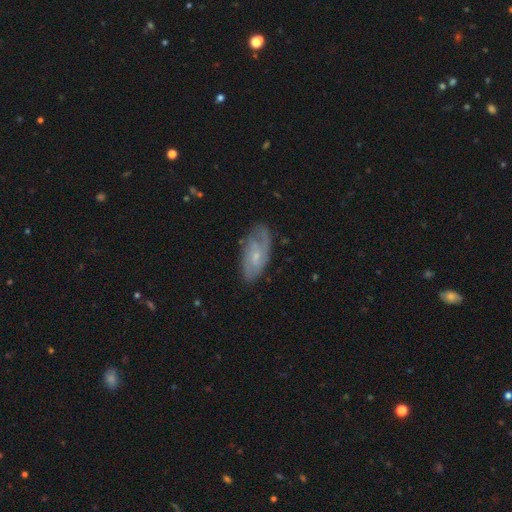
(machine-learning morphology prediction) A featured or disk galaxy (68%) with no bar (60%), 2 (44%) tight (41%, tied with medium) spiral arms (87%) and a small central bulge (71%). Merging: none (71%).